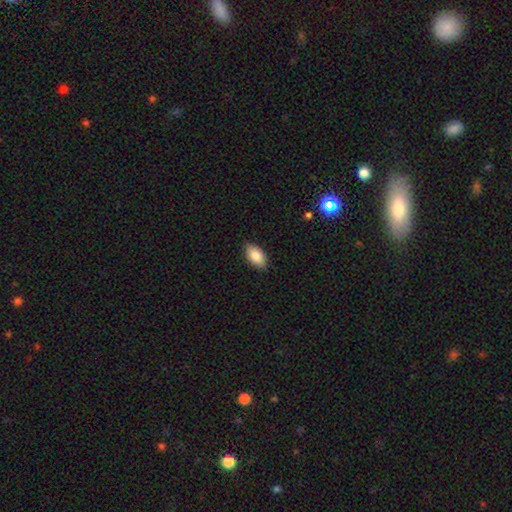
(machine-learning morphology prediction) This appears to be a smooth galaxy with no disk features (85%) that is in between round and cigar-shaped (93%). Merging: none (86%).